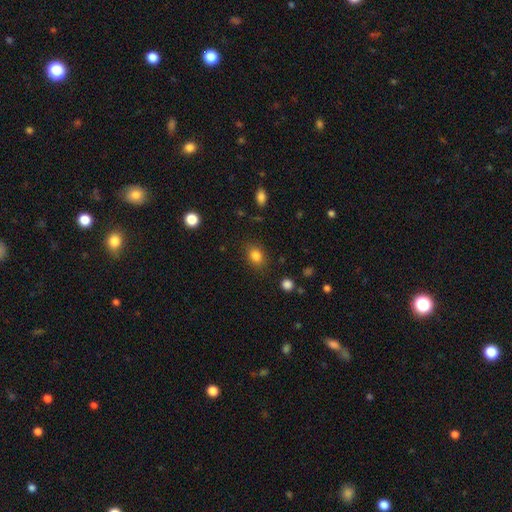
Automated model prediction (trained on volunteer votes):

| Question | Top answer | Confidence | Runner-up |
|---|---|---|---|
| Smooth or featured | smooth | 83% | star or artifact (11%) |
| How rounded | in between | 55% | round (44%) |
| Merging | none | 83% | minor disturbance (12%) |